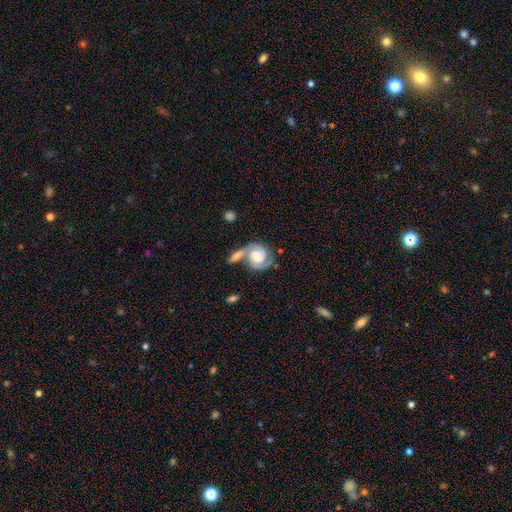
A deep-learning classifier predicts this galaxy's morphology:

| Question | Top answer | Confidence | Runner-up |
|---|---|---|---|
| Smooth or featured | featured or disk | 80% | smooth (15%) |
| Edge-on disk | no | 97% | yes (3%) |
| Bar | no | 60% | weak (31%) |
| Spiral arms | yes | 95% | no (5%) |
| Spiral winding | tight | 56% | medium (36%) |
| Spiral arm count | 2 | 82% | can't tell (6%) |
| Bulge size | moderate | 37% | large (29%) |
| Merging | merger | 39% | tied: none (39%) |